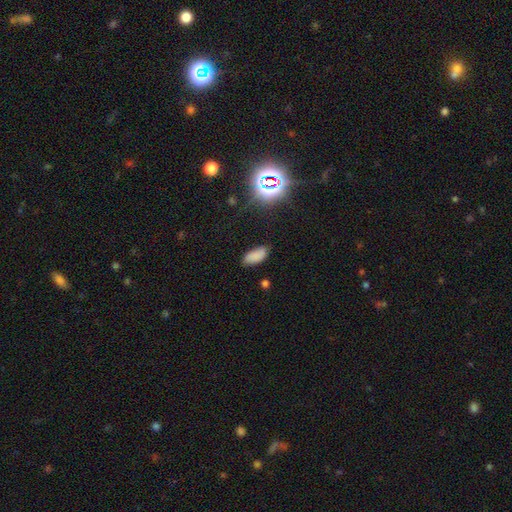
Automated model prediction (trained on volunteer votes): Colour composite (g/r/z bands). It shows a smooth galaxy with no disk features (79%) that is in between round and cigar-shaped (90%). Merging: none (80%).